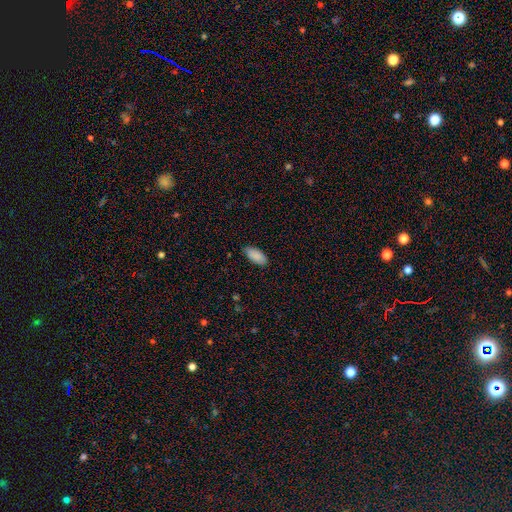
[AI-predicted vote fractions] Smooth or featured?
  - smooth: 89% *
  - star or artifact: 7%
  - featured or disk: 4%
How rounded?
  - in between: 93% *
  - cigar-shaped: 5%
  - round: 2%
Merging?
  - none: 84% *
  - minor disturbance: 13%
  - major disturbance: 2%
  - merger: 1%